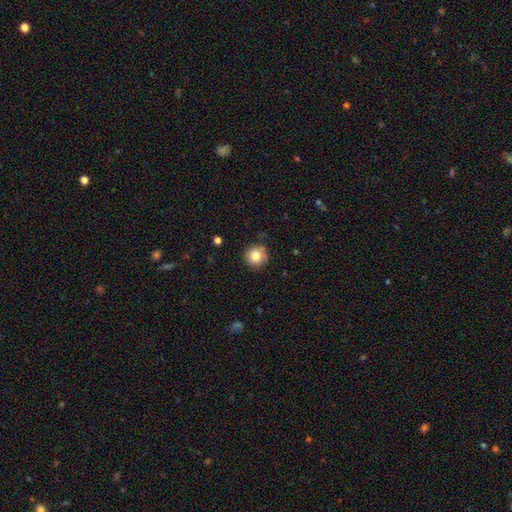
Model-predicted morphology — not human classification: Smooth or featured: smooth — 83% (star or artifact — 10%)
How rounded: round — 94% (in between — 5%)
Merging: none — 86% (minor disturbance — 10%)